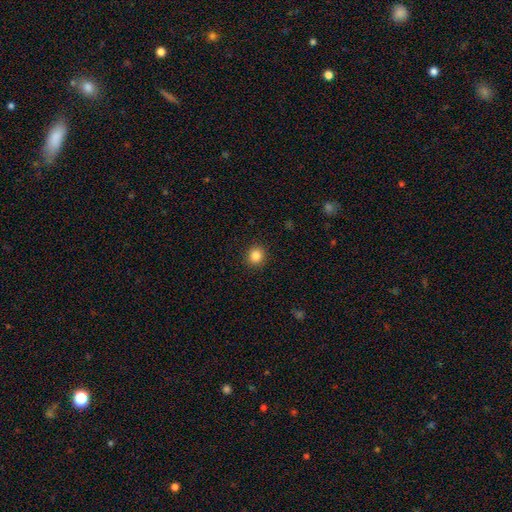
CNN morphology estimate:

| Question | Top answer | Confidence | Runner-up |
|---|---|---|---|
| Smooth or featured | smooth | 86% | star or artifact (10%) |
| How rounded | round | 86% | in between (13%) |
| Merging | none | 91% | minor disturbance (6%) |